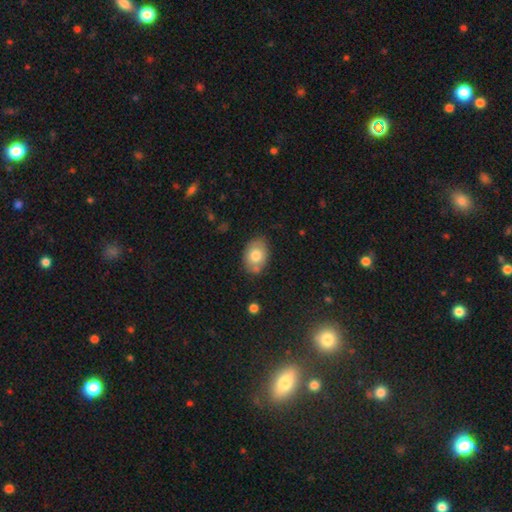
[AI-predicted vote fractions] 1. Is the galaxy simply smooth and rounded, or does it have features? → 75% smooth, 18% featured or disk, 7% star or artifact.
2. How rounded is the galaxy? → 78% in between, 21% round, 1% cigar-shaped.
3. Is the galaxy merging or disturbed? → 76% none, 17% minor disturbance, 4% merger, 3% major disturbance.